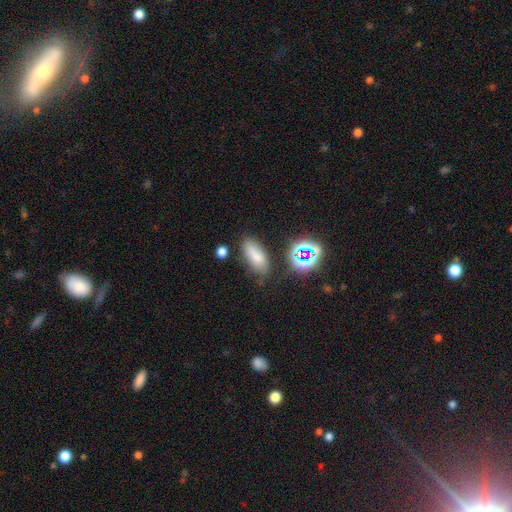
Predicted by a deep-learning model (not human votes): smooth_or_featured: smooth (p=0.74) [alt: star or artifact p=0.16]
how_rounded: in between (p=0.80) [alt: cigar-shaped p=0.15]
merging: none (p=0.73) [alt: minor disturbance p=0.16]